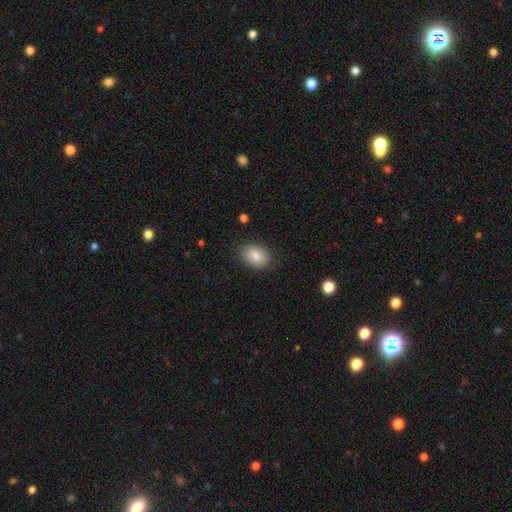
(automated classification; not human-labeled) Smooth or featured? Predicted: smooth (p=0.84). How rounded? Predicted: in between (p=0.79). Merging? Predicted: none (p=0.84).